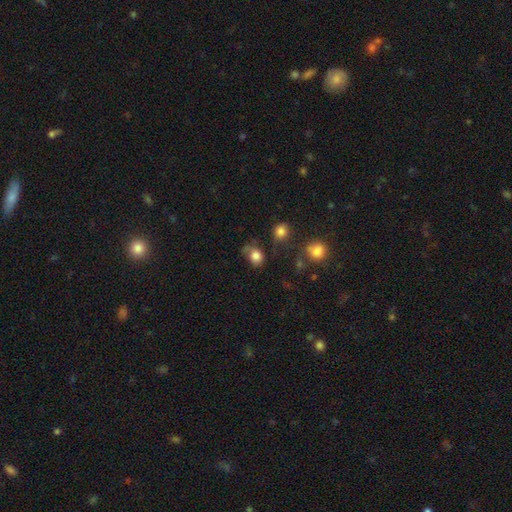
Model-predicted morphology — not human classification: Smooth or featured? Predicted: smooth (p=0.82). How rounded? Predicted: round (p=0.62). Merging? Predicted: none (p=0.53).